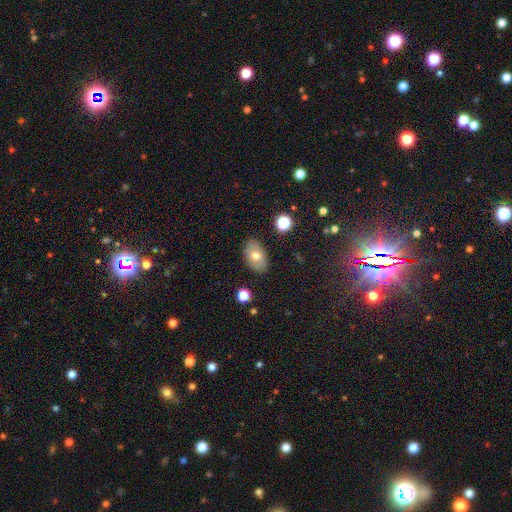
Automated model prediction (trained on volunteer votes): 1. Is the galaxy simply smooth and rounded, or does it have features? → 68% smooth, 23% featured or disk, 9% star or artifact.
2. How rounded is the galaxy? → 88% in between, 10% round, 1% cigar-shaped.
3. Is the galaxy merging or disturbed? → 84% none, 12% minor disturbance, 3% major disturbance, 2% merger.